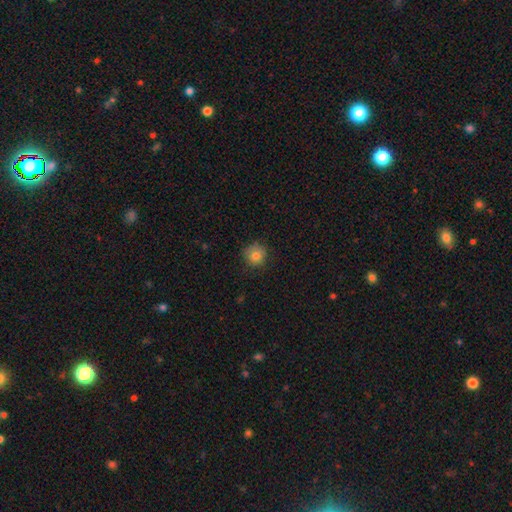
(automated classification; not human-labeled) smooth_or_featured: smooth (p=0.82) [alt: star or artifact p=0.11]
how_rounded: round (p=0.91) [alt: in between p=0.08]
merging: none (p=0.80) [alt: minor disturbance p=0.15]